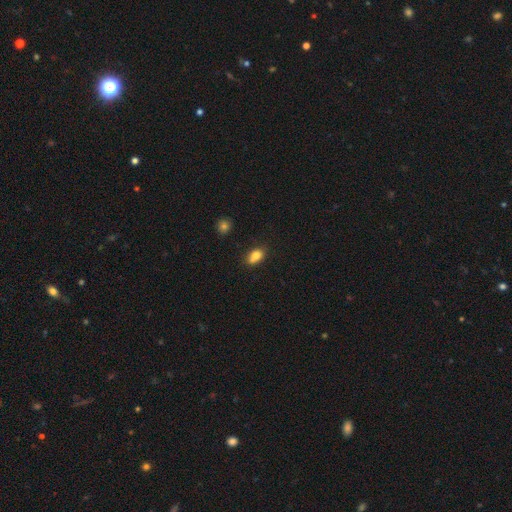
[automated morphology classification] This appears to be a smooth galaxy with no disk features (79%) that is in between round and cigar-shaped (78%). Merging: none (56%).